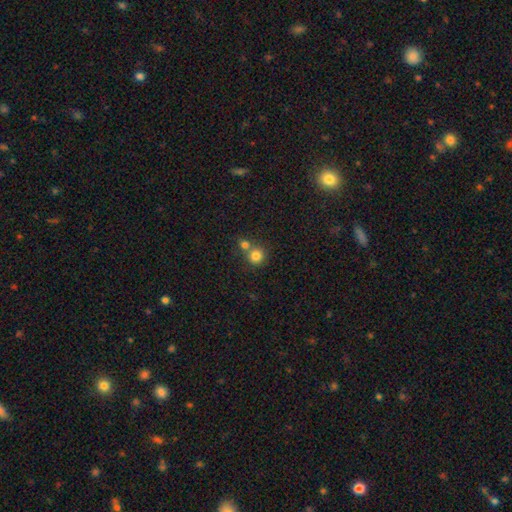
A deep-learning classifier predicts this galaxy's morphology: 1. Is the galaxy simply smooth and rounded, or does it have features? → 81% smooth, 11% star or artifact, 8% featured or disk.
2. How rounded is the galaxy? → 91% round, 8% in between, 1% cigar-shaped.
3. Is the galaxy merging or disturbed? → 54% none, 37% merger, 7% minor disturbance, 3% major disturbance.